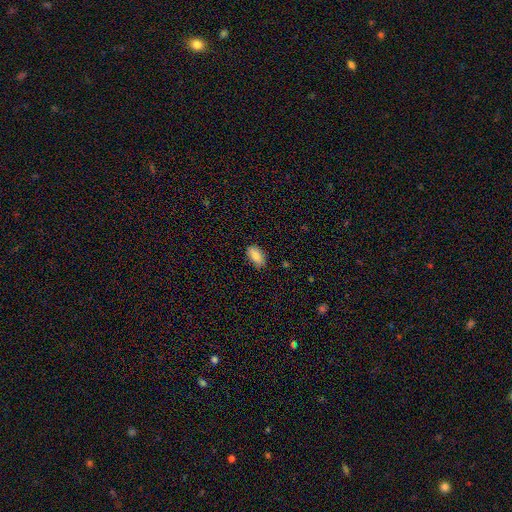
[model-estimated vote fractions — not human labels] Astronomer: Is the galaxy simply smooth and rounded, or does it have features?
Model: smooth — 83%.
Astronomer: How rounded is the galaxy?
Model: in between — 92%.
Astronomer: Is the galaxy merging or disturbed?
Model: none — 83%.